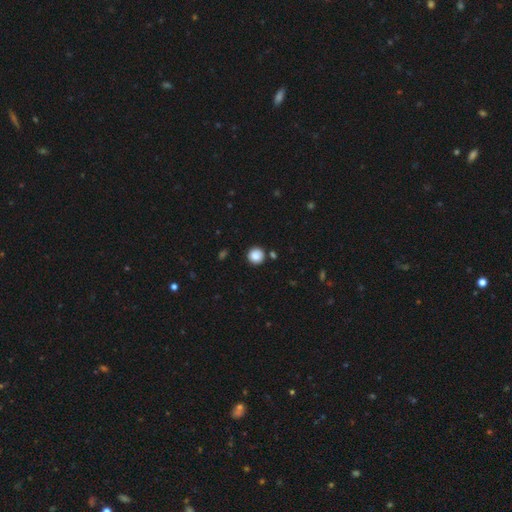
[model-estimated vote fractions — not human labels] smooth_or_featured: smooth (p=0.87) [alt: star or artifact p=0.10]
how_rounded: round (p=0.95) [alt: in between p=0.04]
merging: none (p=0.87) [alt: minor disturbance p=0.07]